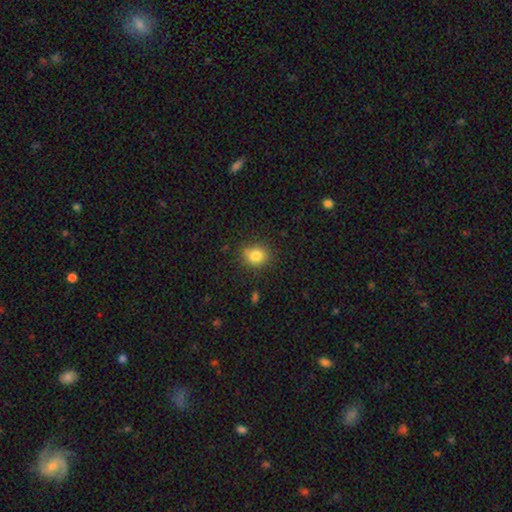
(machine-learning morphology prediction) Smooth or featured?
  - smooth: 82% *
  - star or artifact: 11%
  - featured or disk: 7%
How rounded?
  - round: 69% *
  - in between: 30%
  - cigar-shaped: 1%
Merging?
  - none: 78% *
  - minor disturbance: 16%
  - major disturbance: 3%
  - merger: 2%